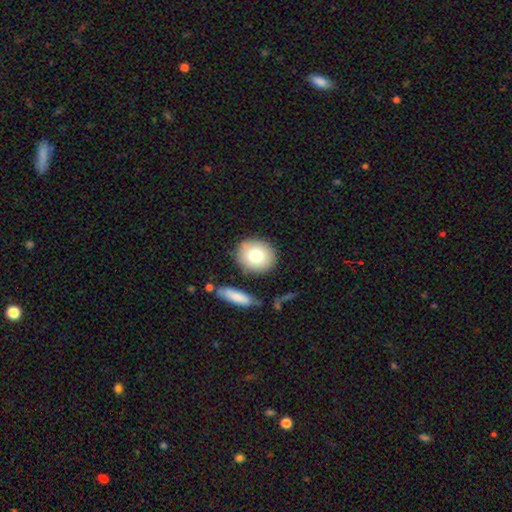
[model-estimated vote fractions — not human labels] This is likely a smooth galaxy (77%). How rounded: likely round (76%). Merging: clearly none (81%).